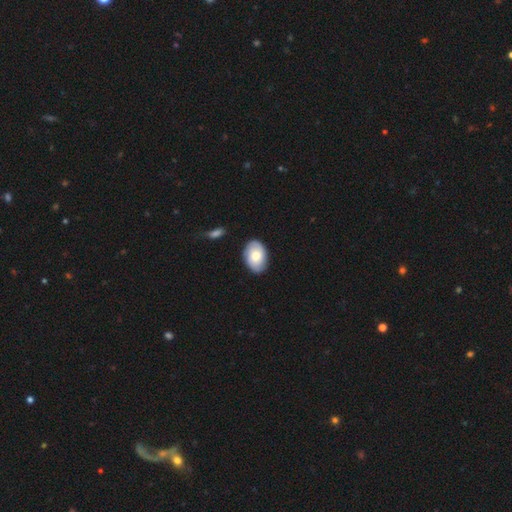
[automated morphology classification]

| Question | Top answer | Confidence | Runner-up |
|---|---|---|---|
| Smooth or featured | smooth | 61% | featured or disk (33%) |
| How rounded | in between | 87% | round (12%) |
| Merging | none | 82% | minor disturbance (13%) |